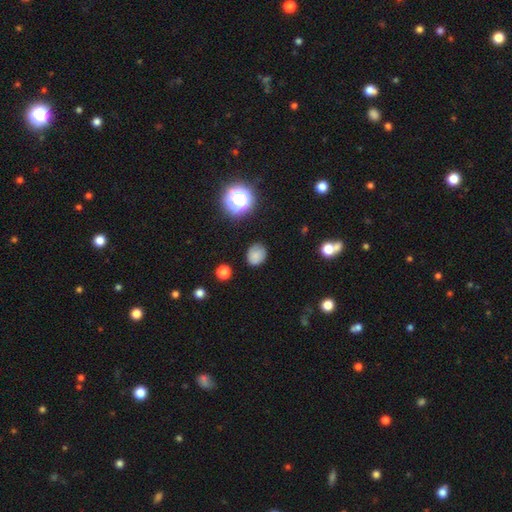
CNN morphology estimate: A smooth galaxy with no disk features (79%) that is round (72%).

Vote fractions:
- Smooth or featured? smooth: 79% / star or artifact: 13% / featured or disk: 8%
- How rounded? round: 72% / in between: 27% / cigar-shaped: 1%
- Merging? none: 82% / minor disturbance: 13% / major disturbance: 3% / merger: 1%